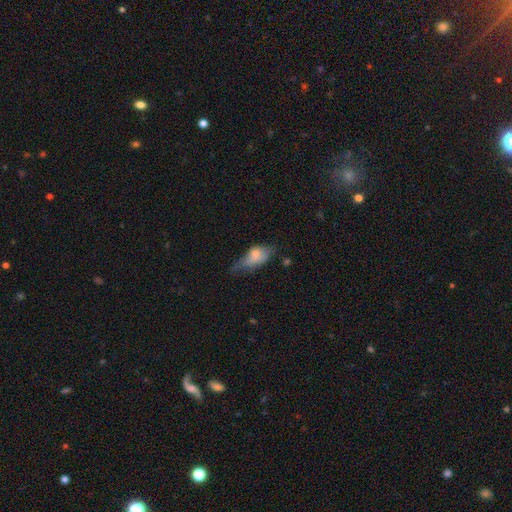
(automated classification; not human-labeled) A smooth galaxy with no disk features (66%) that is in between round and cigar-shaped (82%).

Vote fractions:
- Smooth or featured? smooth: 66% / featured or disk: 25% / star or artifact: 9%
- How rounded? in between: 82% / cigar-shaped: 12% / round: 6%
- Merging? minor disturbance: 35% / major disturbance: 30% / none: 26% / merger: 9%